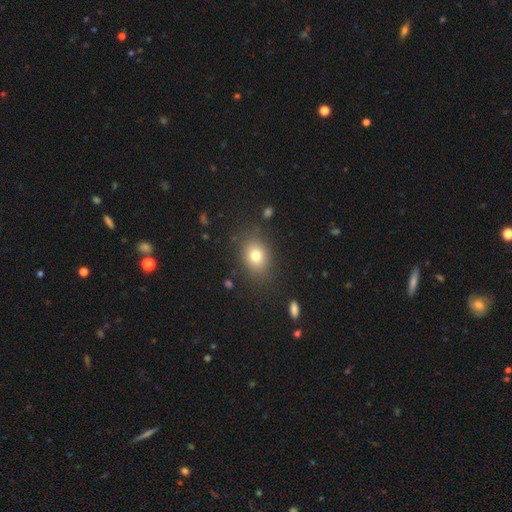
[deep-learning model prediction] Q: Smooth or featured?
A: smooth (77%); runner-up: star or artifact (12%)
Q: How rounded?
A: in between (54%); runner-up: round (45%)
Q: Merging?
A: none (83%); runner-up: minor disturbance (11%)